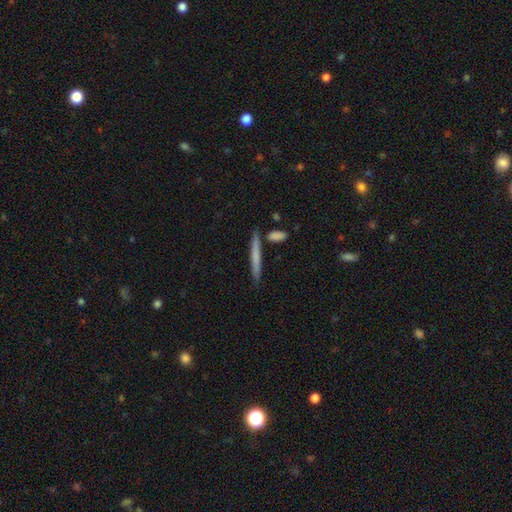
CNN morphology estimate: smooth_or_featured: smooth (p=0.63) [alt: featured or disk p=0.31]
how_rounded: cigar-shaped (p=0.95) [alt: in between p=0.03]
merging: none (p=0.82) [alt: minor disturbance p=0.09]